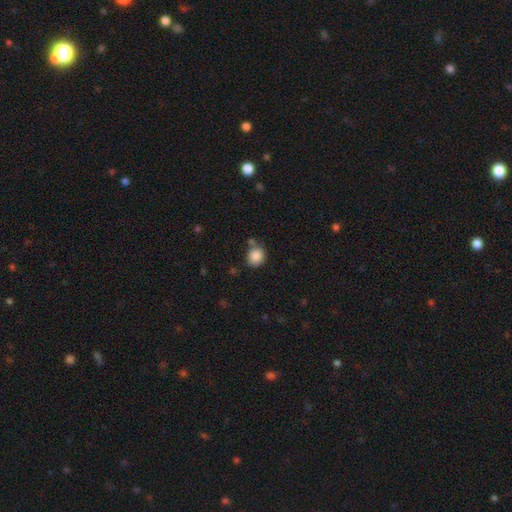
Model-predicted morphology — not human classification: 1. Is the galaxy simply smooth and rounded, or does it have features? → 87% smooth, 9% star or artifact, 4% featured or disk.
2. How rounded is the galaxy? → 81% round, 18% in between, 1% cigar-shaped.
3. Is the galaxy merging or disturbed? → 66% none, 17% minor disturbance, 12% merger, 5% major disturbance.